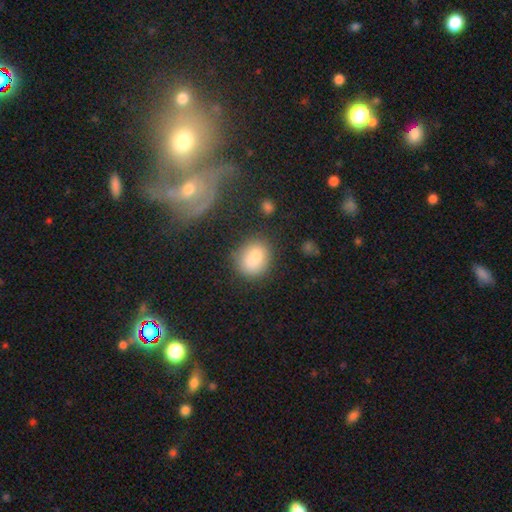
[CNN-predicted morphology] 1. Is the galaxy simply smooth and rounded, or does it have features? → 77% smooth, 14% featured or disk, 9% star or artifact.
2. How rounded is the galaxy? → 61% round, 38% in between, 1% cigar-shaped.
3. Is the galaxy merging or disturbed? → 65% none, 17% minor disturbance, 12% merger, 6% major disturbance.